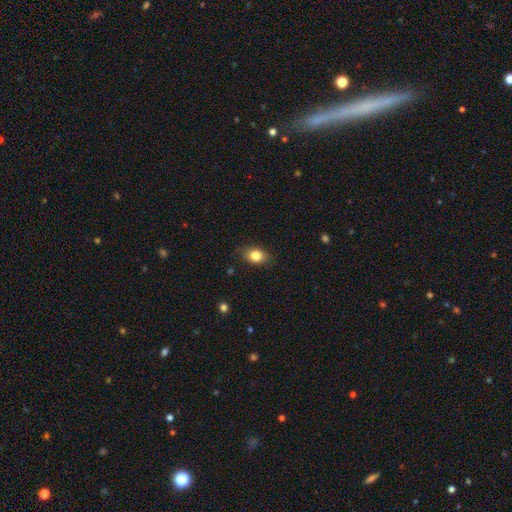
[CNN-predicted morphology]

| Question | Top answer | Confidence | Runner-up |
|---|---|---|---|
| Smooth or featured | smooth | 84% | star or artifact (9%) |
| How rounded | in between | 74% | round (25%) |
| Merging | none | 84% | minor disturbance (13%) |